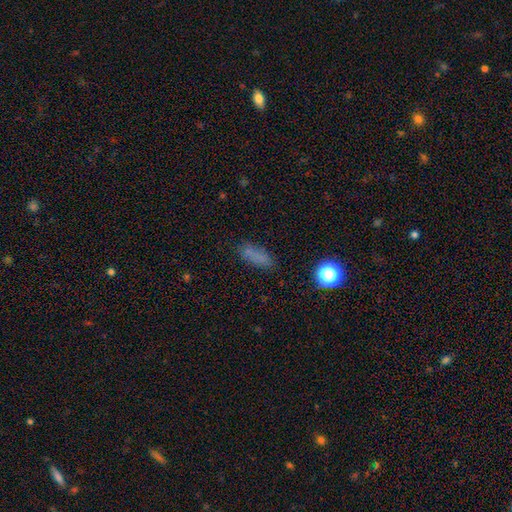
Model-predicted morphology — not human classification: smooth-or-featured: smooth: 73% | star or artifact: 18% | featured or disk: 9%
  how-rounded: in between: 61% | cigar-shaped: 32% | round: 6%
  merging: none: 75% | minor disturbance: 15% | major disturbance: 6% | merger: 4%